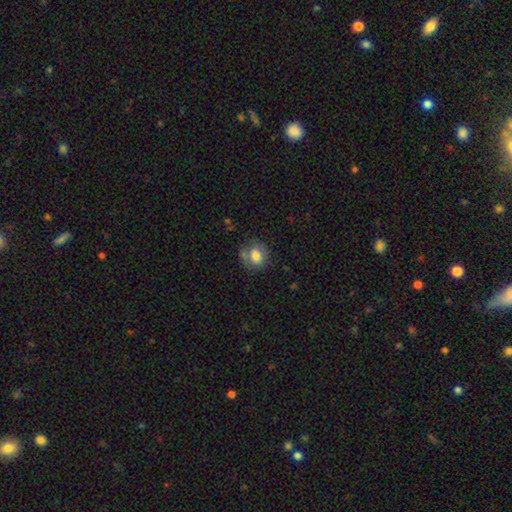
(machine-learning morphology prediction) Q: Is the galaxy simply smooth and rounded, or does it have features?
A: smooth — 77%.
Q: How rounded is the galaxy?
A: round — 62%.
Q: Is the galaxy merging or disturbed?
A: none — 61%.